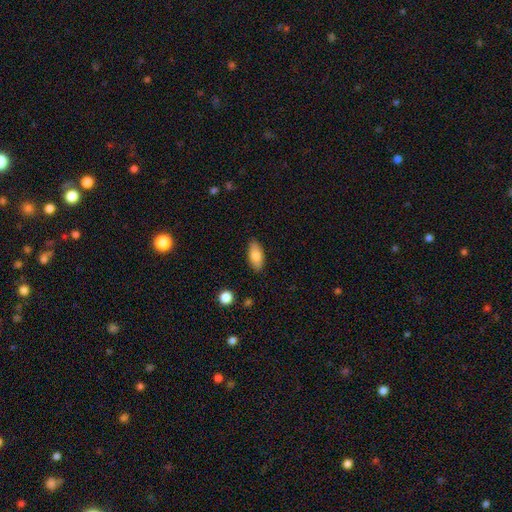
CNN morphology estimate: This is likely a smooth galaxy (79%). How rounded: clearly in between (87%). Merging: clearly none (87%).